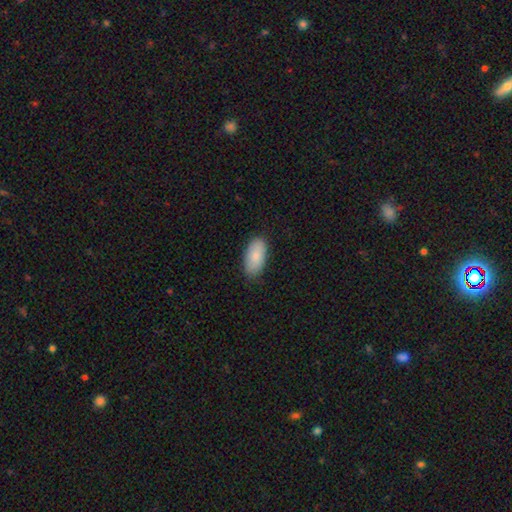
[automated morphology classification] Smooth or featured? smooth (87%)
How rounded? in between (94%)
Merging? none (83%)